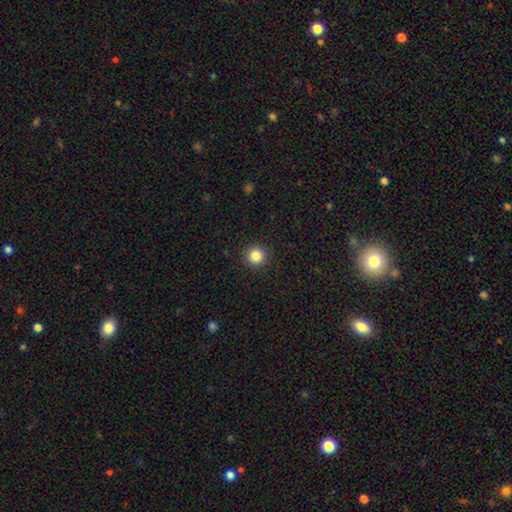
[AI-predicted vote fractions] The model was most divided on "smooth or featured": smooth: 85%, star or artifact: 11%, featured or disk: 4%. More confident: how rounded — round (95%); merging — none (92%).